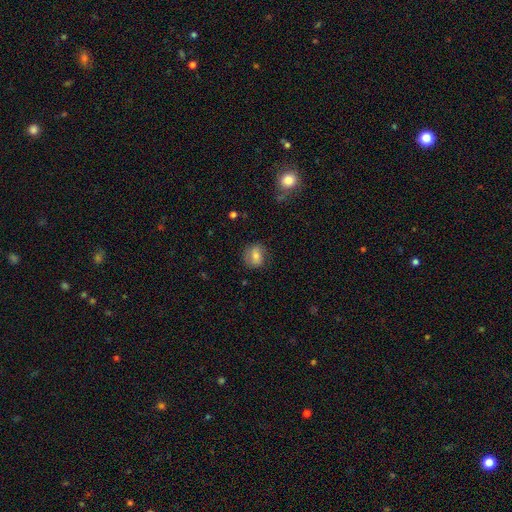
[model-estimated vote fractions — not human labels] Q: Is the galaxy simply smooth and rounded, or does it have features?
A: smooth — 69%.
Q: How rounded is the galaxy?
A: round — 60%.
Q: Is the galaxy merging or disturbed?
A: none — 74%.